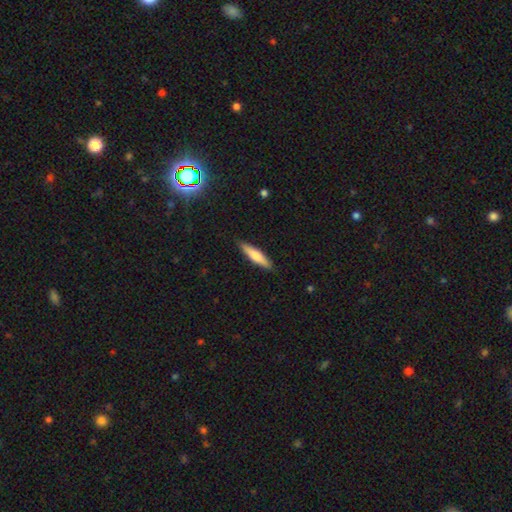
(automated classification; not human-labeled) smooth 68%, featured or disk 26%, star or artifact 5%. Down the decision tree: how rounded — cigar-shaped (82%); merging — none (89%).